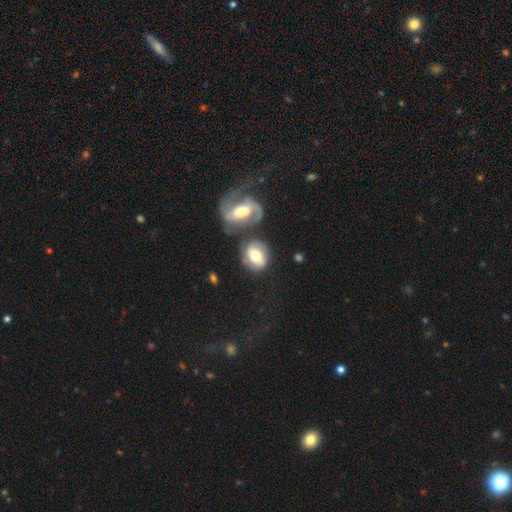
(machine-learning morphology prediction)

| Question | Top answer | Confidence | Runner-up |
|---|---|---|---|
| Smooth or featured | featured or disk | 51% | smooth (42%) |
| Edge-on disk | no | 95% | yes (5%) |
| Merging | none | 51% | merger (27%) |